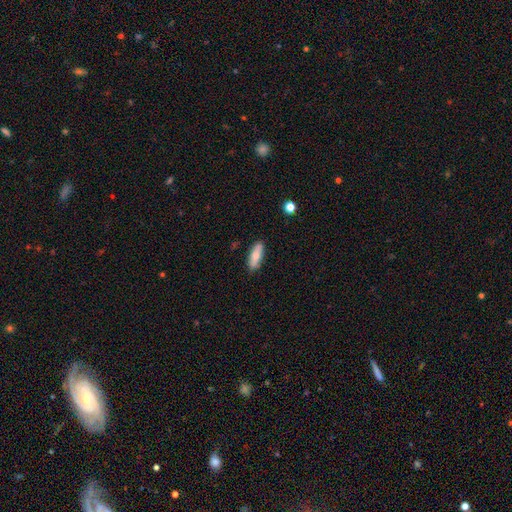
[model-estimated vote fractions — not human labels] Overall: smooth (72%). How rounded: in between (56%; cigar-shaped 42%). Merging: none (86%).